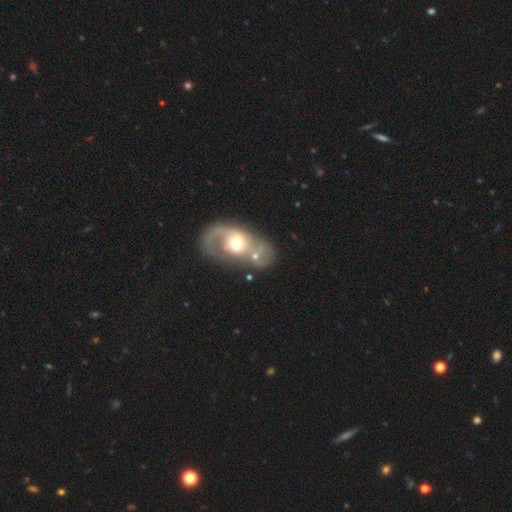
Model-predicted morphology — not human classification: Smooth or featured: featured or disk — 65% (smooth — 28%)
Edge-on disk: no — 95% (yes — 5%)
Bar: no — 72% (weak — 22%)
Spiral arms: yes — 63% (no — 37%)
Bulge size: moderate — 65% (small — 23%)
Merging: none — 33% (tied with merger — 33%)